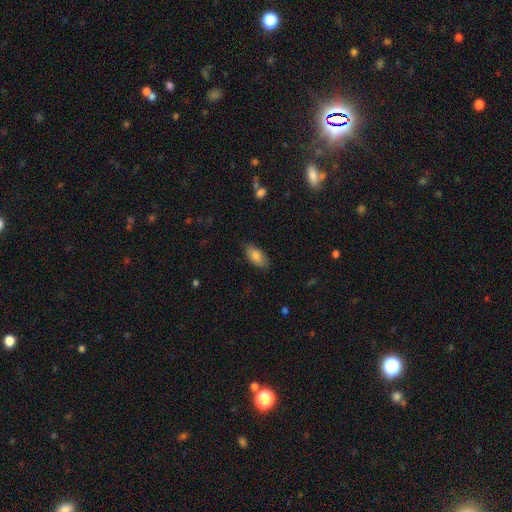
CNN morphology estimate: Smooth or featured? smooth (83%)
How rounded? in between (90%)
Merging? none (83%)